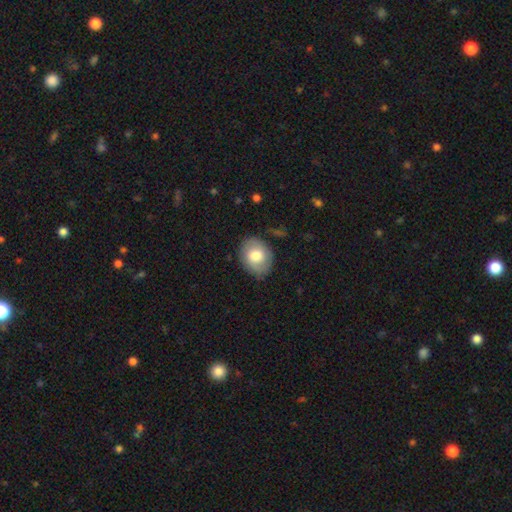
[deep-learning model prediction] Smooth or featured? Predicted: smooth (p=0.70). How rounded? Predicted: in between (p=0.56). Merging? Predicted: none (p=0.78).